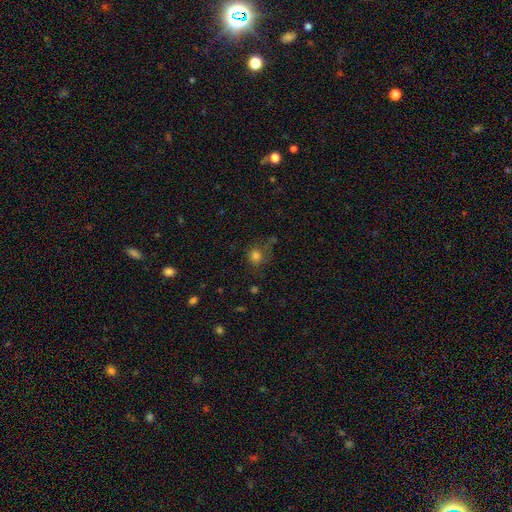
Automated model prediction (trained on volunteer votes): Smooth or featured? Predicted: smooth (p=0.76). How rounded? Predicted: round (p=0.81). Merging? Predicted: none (p=0.61).